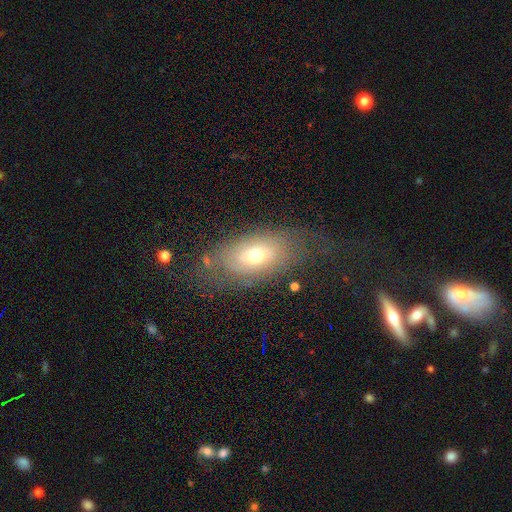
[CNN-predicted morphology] smooth 52%, featured or disk 38%, star or artifact 11%. Down the decision tree: how rounded — in between (86%); merging — none (59%).